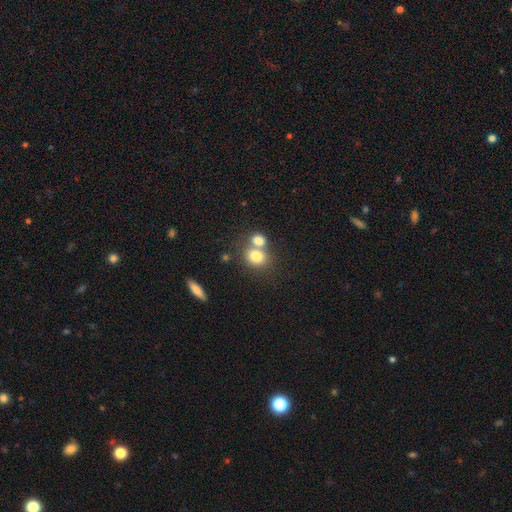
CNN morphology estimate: A smooth galaxy with no disk features (77%) that is round (57%).

Vote fractions:
- Smooth or featured? smooth: 77% / featured or disk: 12% / star or artifact: 11%
- How rounded? round: 57% / in between: 41% / cigar-shaped: 1%
- Merging? merger: 50% / none: 39% / minor disturbance: 8% / major disturbance: 4%